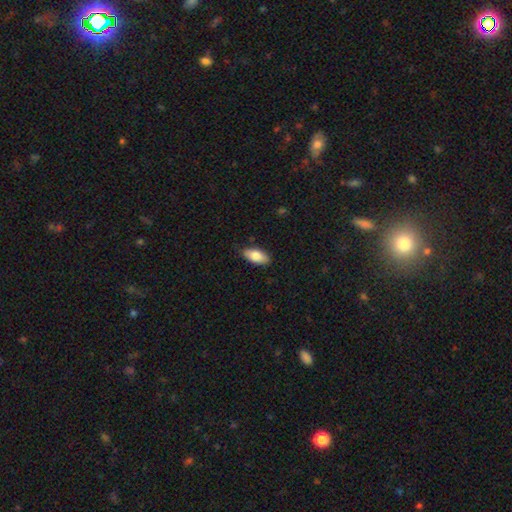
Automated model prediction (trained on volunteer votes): Smooth or featured?
  - smooth: 82% *
  - featured or disk: 11%
  - star or artifact: 7%
How rounded?
  - in between: 89% *
  - cigar-shaped: 9%
  - round: 3%
Merging?
  - none: 84% *
  - minor disturbance: 13%
  - major disturbance: 2%
  - merger: 1%